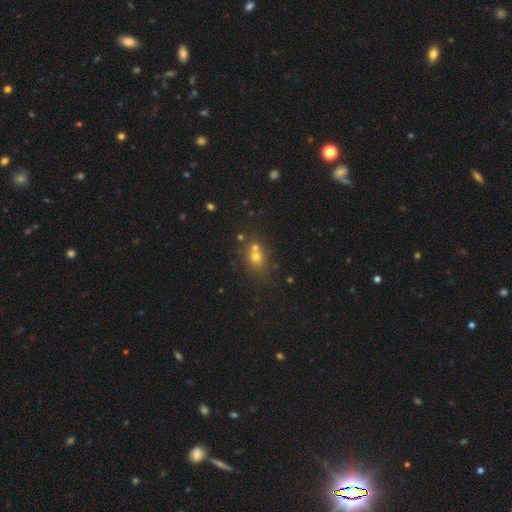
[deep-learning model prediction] Smooth or featured?
  - smooth: 62% *
  - star or artifact: 24%
  - featured or disk: 15%
How rounded?
  - round: 57% *
  - in between: 41%
  - cigar-shaped: 2%
Merging?
  - none: 52% *
  - merger: 34%
  - minor disturbance: 10%
  - major disturbance: 4%